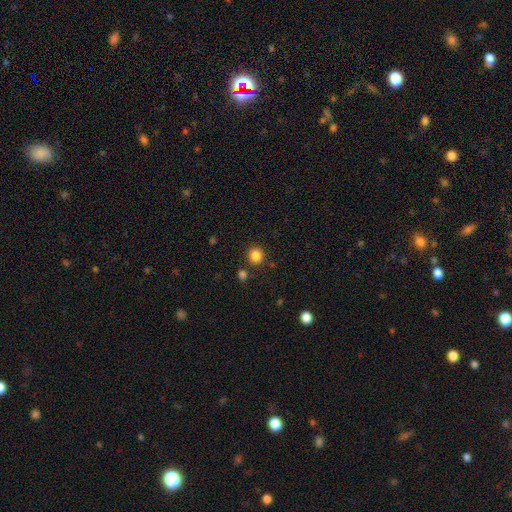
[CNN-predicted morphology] smooth 85%, star or artifact 11%, featured or disk 4%. Down the decision tree: how rounded — round (87%); merging — none (85%).